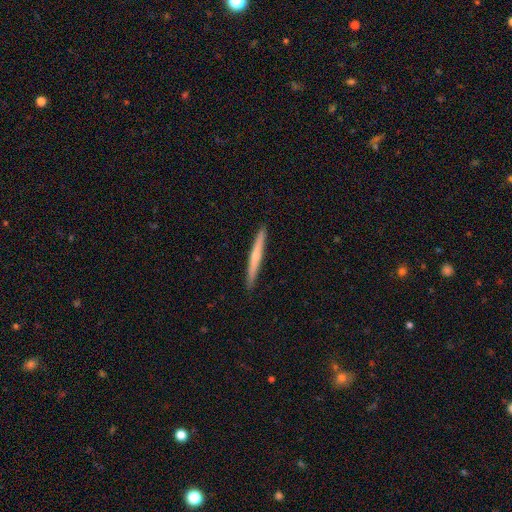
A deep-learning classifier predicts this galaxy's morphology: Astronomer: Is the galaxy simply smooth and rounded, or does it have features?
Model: featured or disk — 48% (runner-up: smooth, 47%).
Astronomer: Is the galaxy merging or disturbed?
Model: none — 92%.